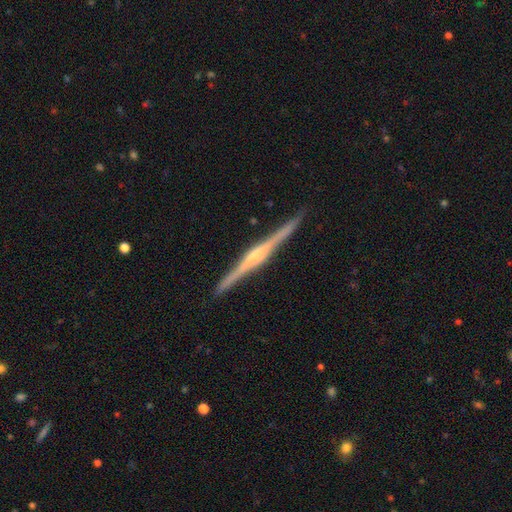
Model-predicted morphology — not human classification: Smooth or featured: featured or disk — 86% (smooth — 9%)
Edge-on disk: yes — 99% (no — 1%)
Edge-on bulge: rounded — 66% (boxy — 21%)
Merging: none — 92% (minor disturbance — 6%)